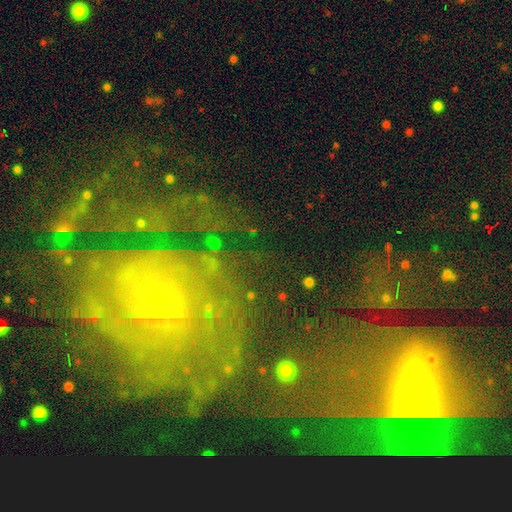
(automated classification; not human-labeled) This appears to be a featured or disk galaxy (79%) with no bar (69%), tight (64%) spiral arms (90%) and a small central bulge (81%). Merging: none (42%).